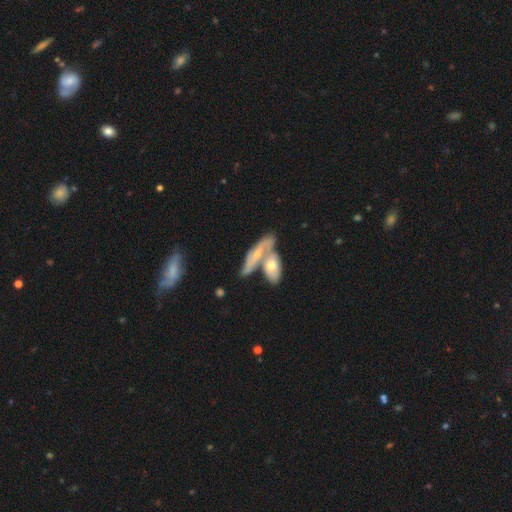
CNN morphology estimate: Smooth or featured?
  - featured or disk: 57% *
  - smooth: 36%
  - star or artifact: 7%
Edge-on disk?
  - no: 57% *
  - yes: 43%
Merging?
  - merger: 52% *
  - none: 30%
  - minor disturbance: 12%
  - major disturbance: 6%